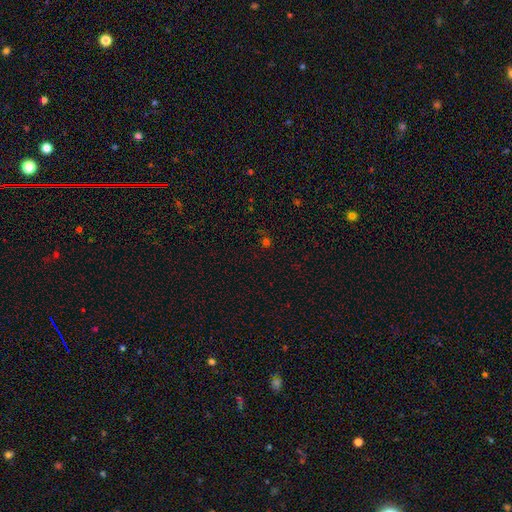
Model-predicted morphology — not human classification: smooth 48%, star or artifact 45%, featured or disk 7%. Down the decision tree: merging — none (71%).